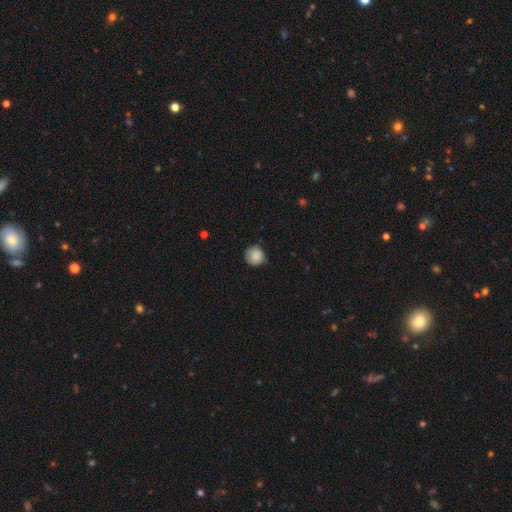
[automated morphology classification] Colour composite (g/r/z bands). It shows a smooth galaxy with no disk features (85%) that is round (92%). Merging: none (78%).